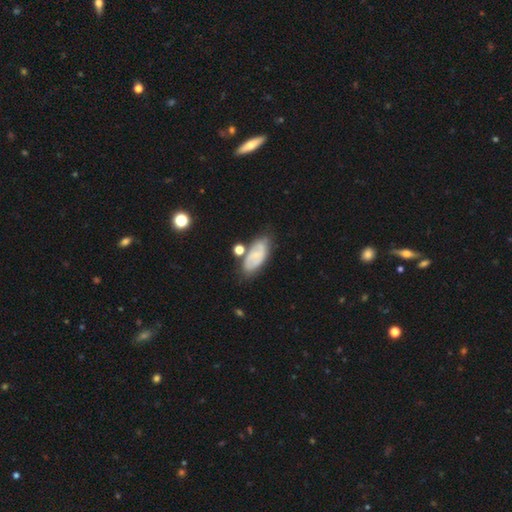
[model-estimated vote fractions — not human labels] smooth_or_featured: featured or disk (p=0.49) [alt: smooth p=0.43]
merging: none (p=0.63) [alt: minor disturbance p=0.21]